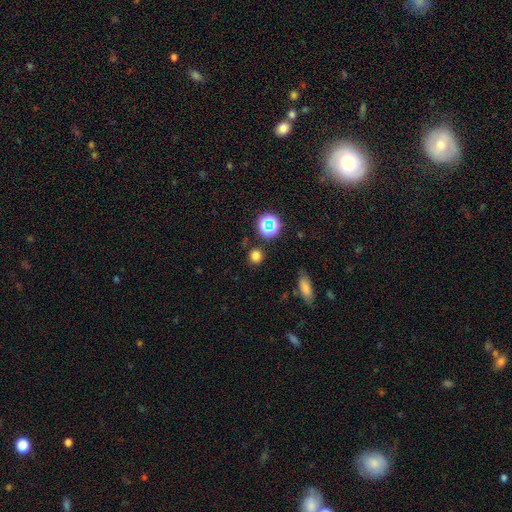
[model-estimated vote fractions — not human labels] This is likely a smooth galaxy (75%). How rounded: clearly round (86%). Merging: clearly none (85%).